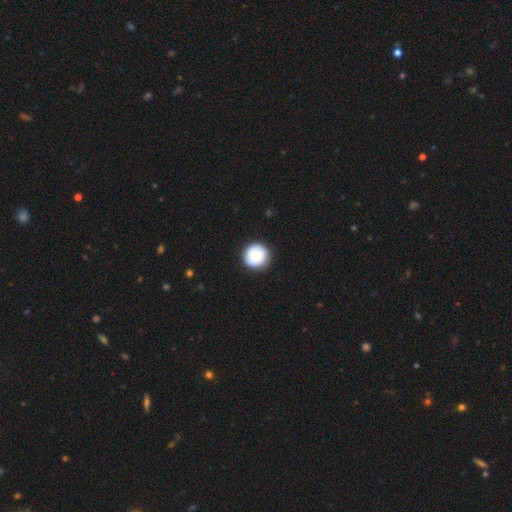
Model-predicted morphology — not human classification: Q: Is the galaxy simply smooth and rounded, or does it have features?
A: smooth — 74%.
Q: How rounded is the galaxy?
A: round — 95%.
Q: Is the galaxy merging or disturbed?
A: none — 87%.